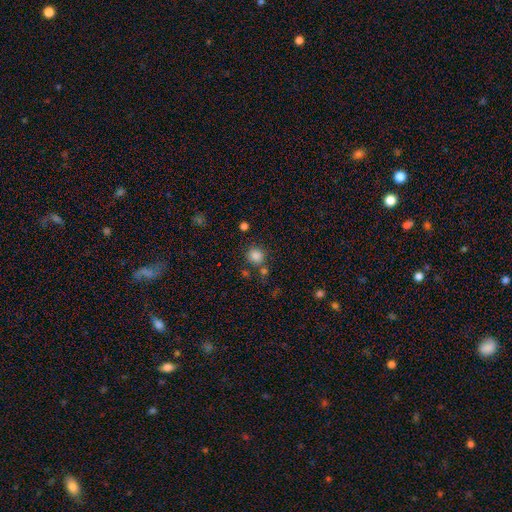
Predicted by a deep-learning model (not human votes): Q: Smooth or featured?
A: smooth (84%); runner-up: star or artifact (12%)
Q: How rounded?
A: round (88%); runner-up: in between (11%)
Q: Merging?
A: none (75%); runner-up: merger (11%)